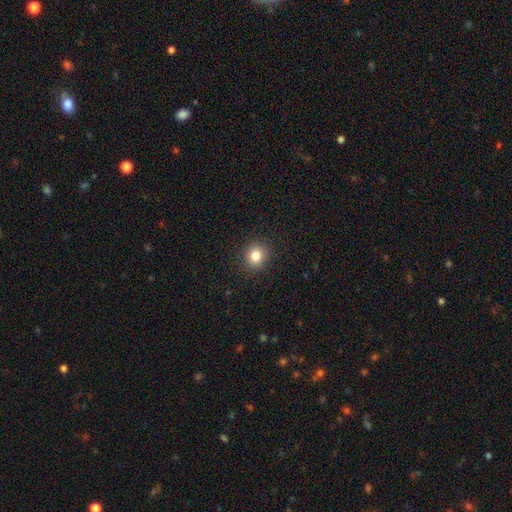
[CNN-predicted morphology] type=smooth (83%); roundness=round (83%); merging=none (91%).